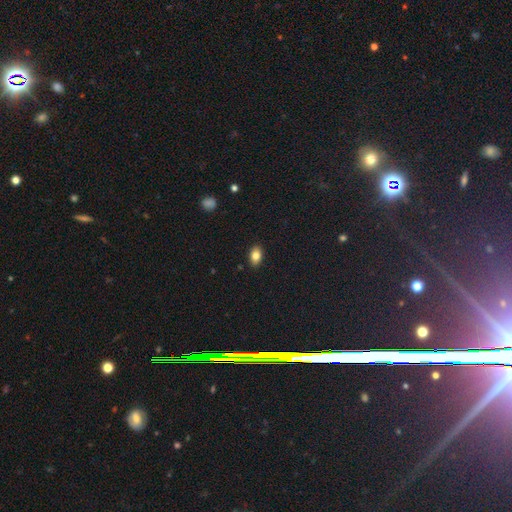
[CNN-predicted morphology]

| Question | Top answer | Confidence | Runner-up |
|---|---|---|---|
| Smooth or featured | smooth | 83% | star or artifact (9%) |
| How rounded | in between | 87% | round (12%) |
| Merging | none | 89% | minor disturbance (8%) |